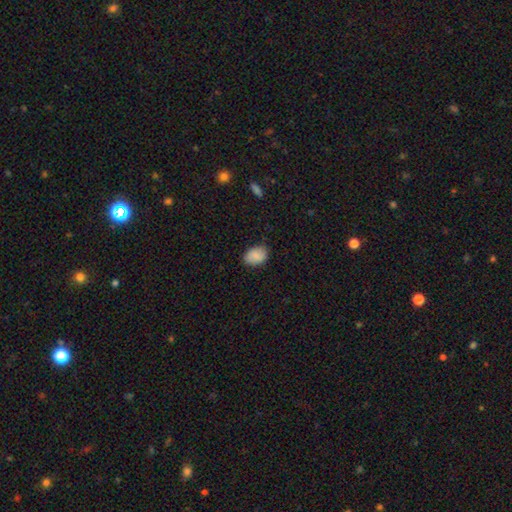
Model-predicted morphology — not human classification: Smooth or featured? Predicted: smooth (p=0.85). How rounded? Predicted: in between (p=0.80). Merging? Predicted: none (p=0.80).